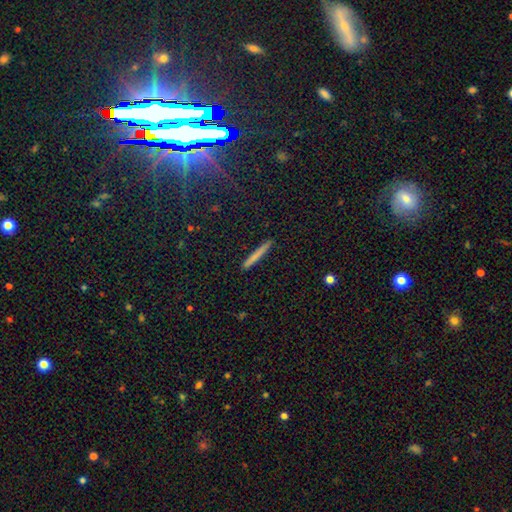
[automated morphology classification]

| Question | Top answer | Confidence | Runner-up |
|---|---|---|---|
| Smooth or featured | smooth | 72% | featured or disk (20%) |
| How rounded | cigar-shaped | 96% | in between (2%) |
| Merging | none | 91% | minor disturbance (6%) |